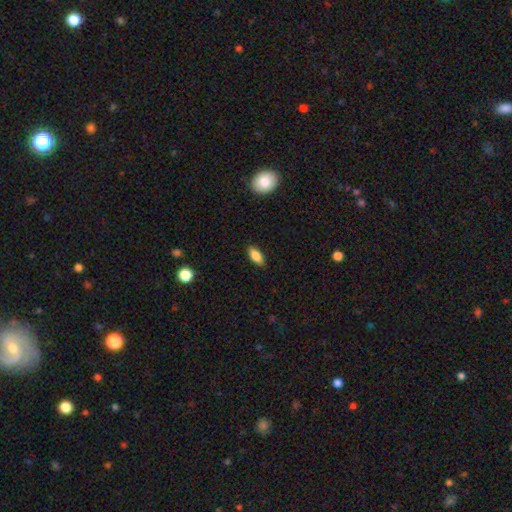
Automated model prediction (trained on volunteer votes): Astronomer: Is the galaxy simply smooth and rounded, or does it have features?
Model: smooth — 85%.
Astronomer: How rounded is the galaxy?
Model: in between — 85%.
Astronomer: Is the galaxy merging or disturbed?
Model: none — 88%.